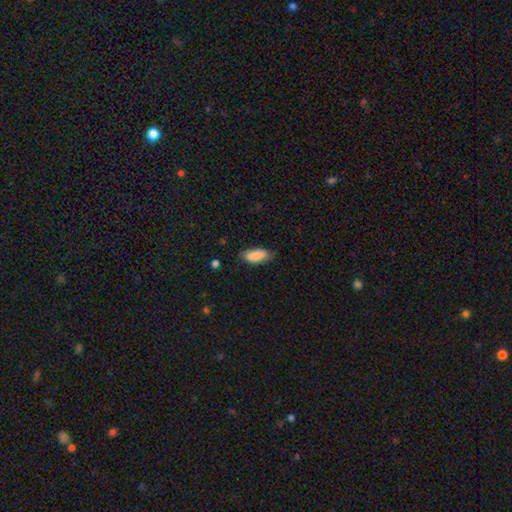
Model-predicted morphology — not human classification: A smooth galaxy with no disk features (88%) that is in between round and cigar-shaped (83%).

Vote fractions:
- Smooth or featured? smooth: 88% / star or artifact: 6% / featured or disk: 6%
- How rounded? in between: 83% / cigar-shaped: 15% / round: 2%
- Merging? none: 78% / minor disturbance: 17% / major disturbance: 3% / merger: 1%